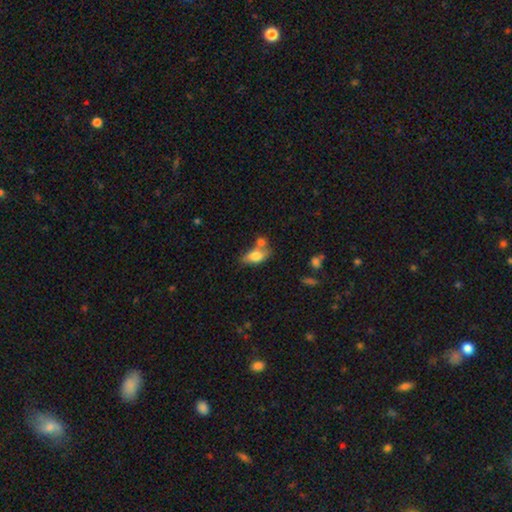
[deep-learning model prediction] Morphology: type=smooth (74%); roundness=in between (85%); merging=none (46%).